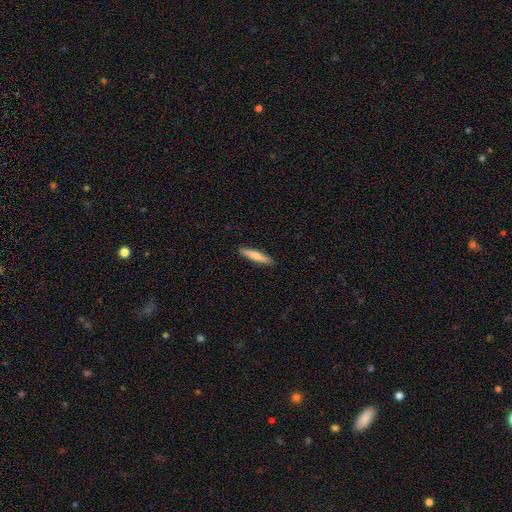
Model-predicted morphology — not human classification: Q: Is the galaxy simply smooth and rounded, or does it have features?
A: smooth — 71%.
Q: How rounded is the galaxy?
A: cigar-shaped — 90%.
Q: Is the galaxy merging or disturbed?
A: none — 91%.